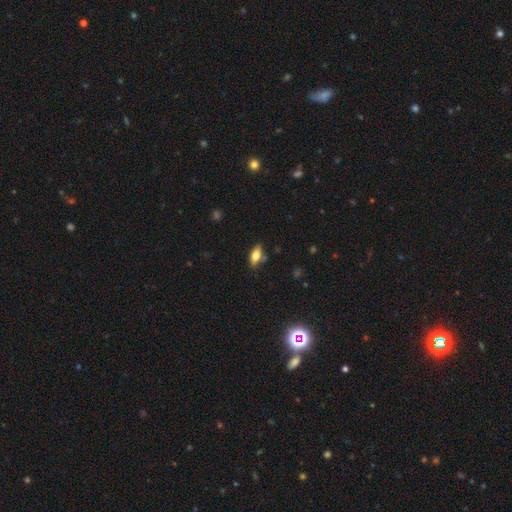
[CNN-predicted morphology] This appears to be a smooth galaxy with no disk features (66%) that is in between round and cigar-shaped (82%). Merging: none (76%).